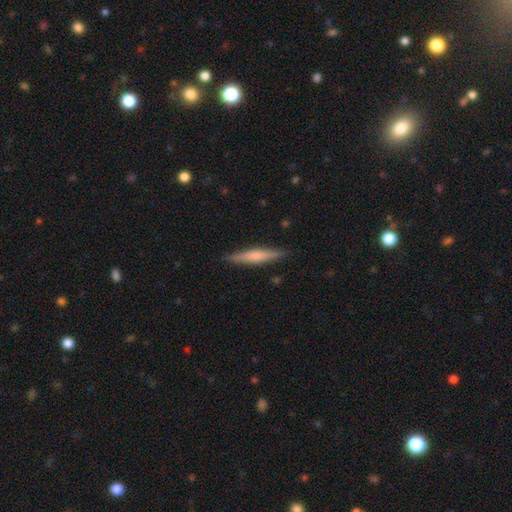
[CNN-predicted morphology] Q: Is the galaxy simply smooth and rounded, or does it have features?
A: smooth — 50%.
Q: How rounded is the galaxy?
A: cigar-shaped — 91%.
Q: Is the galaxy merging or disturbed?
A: none — 89%.